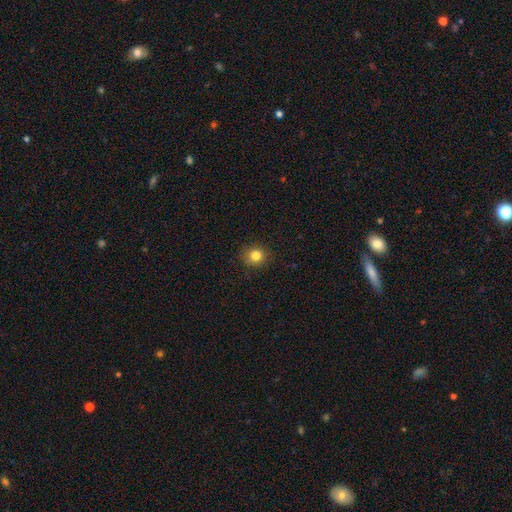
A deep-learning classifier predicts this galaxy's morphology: Overall: smooth (82%). How rounded: round (84%). Merging: none (88%).